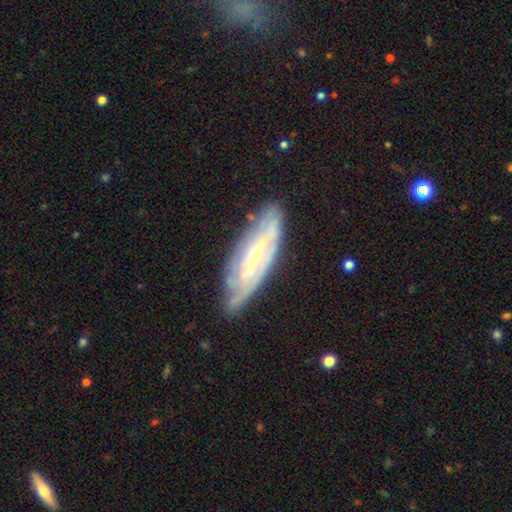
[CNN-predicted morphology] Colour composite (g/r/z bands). It shows a featured or disk galaxy (79%) with a strong bar (40%), spiral arms (78%) and a moderate central bulge (47%). Merging: none (70%).